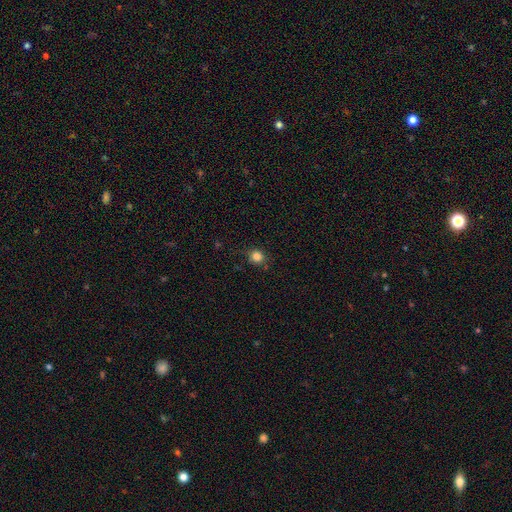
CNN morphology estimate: The model was most divided on "merging": none: 82%, minor disturbance: 13%, major disturbance: 3%, merger: 2%. More confident: how rounded — round (85%); smooth or featured — smooth (83%).